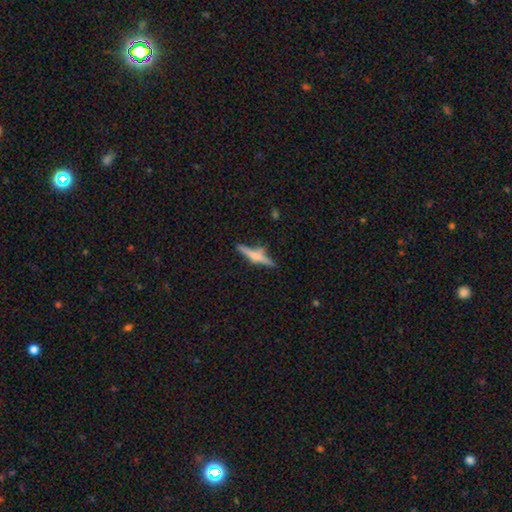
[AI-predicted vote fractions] Smooth or featured?
  - featured or disk: 56% *
  - smooth: 36%
  - star or artifact: 7%
Edge-on disk?
  - yes: 96% *
  - no: 4%
Edge-on bulge?
  - rounded: 75% *
  - none: 14%
  - boxy: 11%
Merging?
  - none: 76% *
  - minor disturbance: 13%
  - merger: 7%
  - major disturbance: 4%